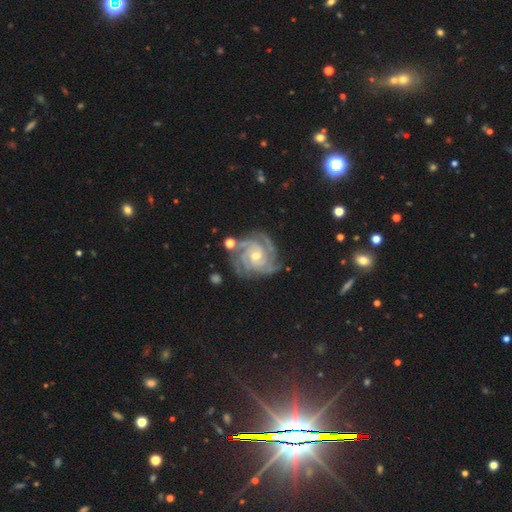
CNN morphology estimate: The model was most divided on "bulge size" (2-way tie): small: 48%, moderate: 48%, large: 2%, none: 1%, dominant: 1%. Remaining: spiral arms — yes (99%); edge-on disk — no (98%); smooth or featured — featured or disk (92%); spiral winding — tight (75%); merging — none (75%); bar — no (60%); spiral arm count — 3 (37%).